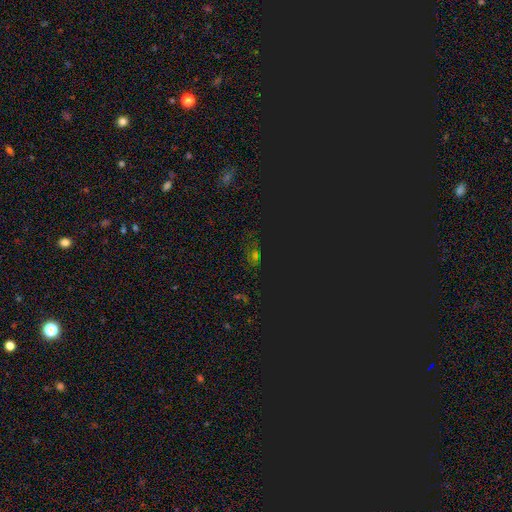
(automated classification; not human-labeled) This appears to be a star or artifact, not a galaxy (64%).